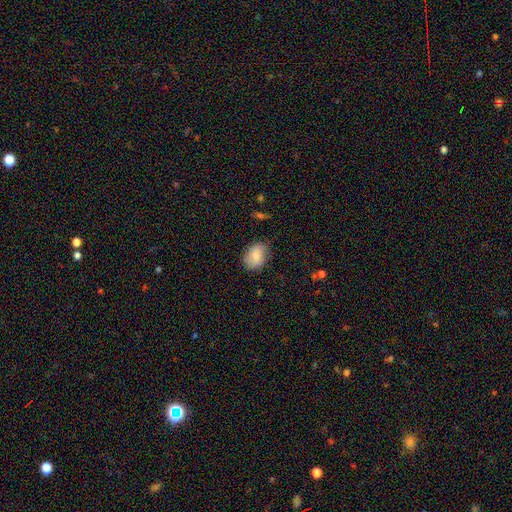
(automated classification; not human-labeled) This appears to be a smooth galaxy with no disk features (76%) that is in between round and cigar-shaped (66%). Merging: none (76%).